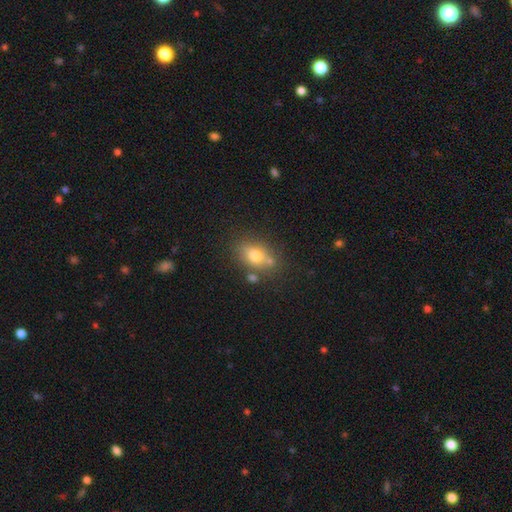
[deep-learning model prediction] This appears to be a smooth galaxy with no disk features (71%) that is in between round and cigar-shaped (69%). Merging: none (70%).